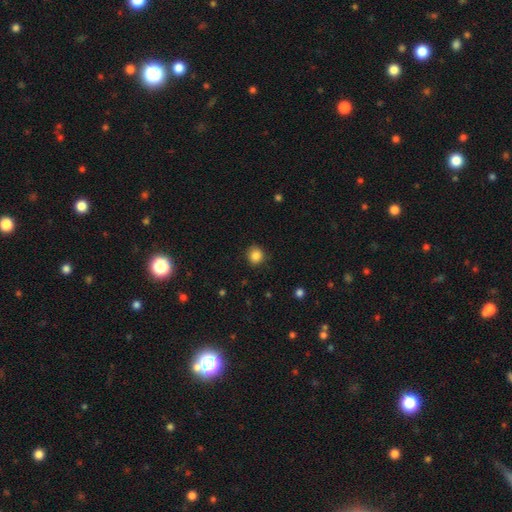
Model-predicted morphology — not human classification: Overall: smooth (85%). How rounded: round (87%). Merging: none (87%).